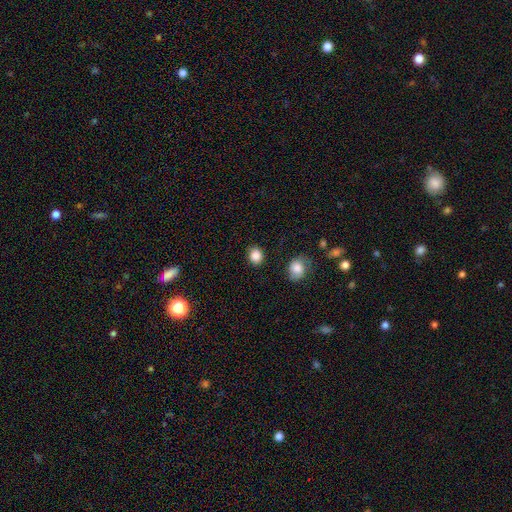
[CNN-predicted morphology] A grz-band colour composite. It shows a smooth galaxy with no disk features (87%) that is round (66%). Merging: none (85%).